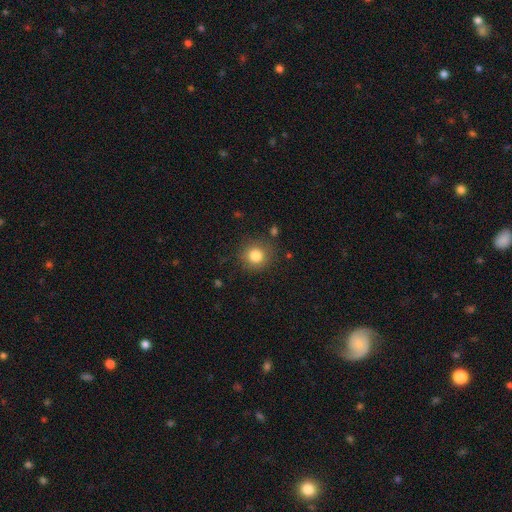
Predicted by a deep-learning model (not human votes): Overall: smooth (82%). How rounded: round (92%). Merging: none (84%).